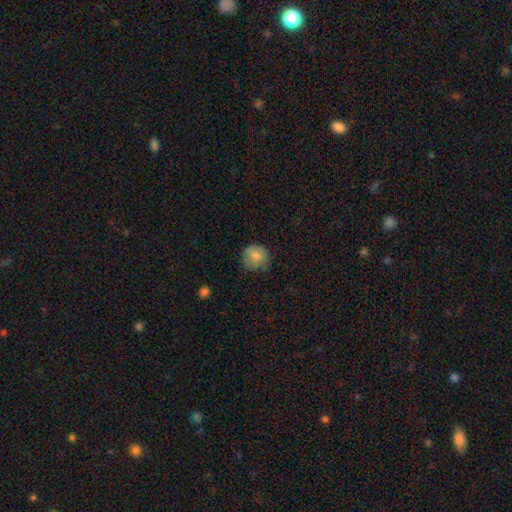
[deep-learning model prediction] Q: Smooth or featured?
A: smooth (79%); runner-up: featured or disk (13%)
Q: How rounded?
A: round (86%); runner-up: in between (14%)
Q: Merging?
A: none (63%); runner-up: minor disturbance (27%)